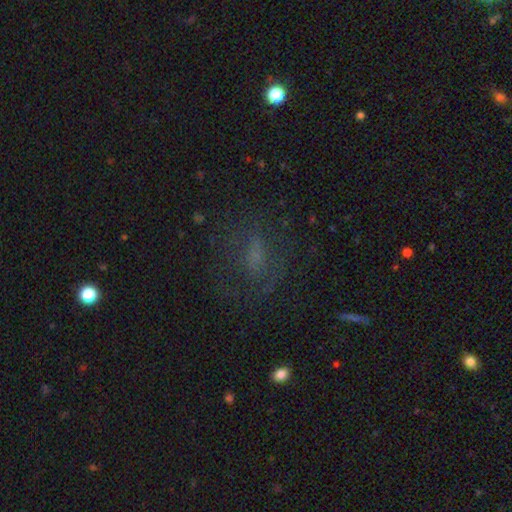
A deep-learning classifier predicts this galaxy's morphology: Smooth or featured? Predicted: smooth (p=0.41). Merging? Predicted: none (p=0.65).